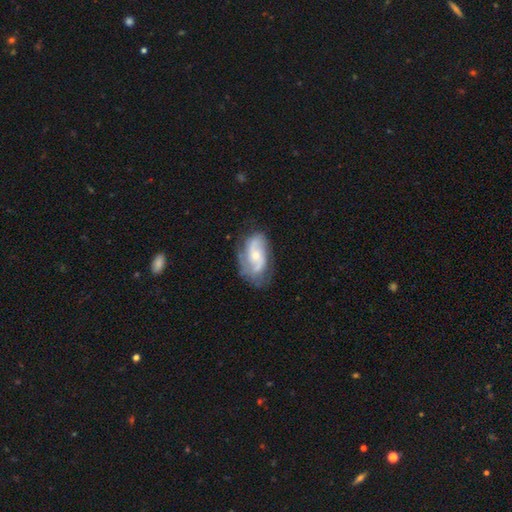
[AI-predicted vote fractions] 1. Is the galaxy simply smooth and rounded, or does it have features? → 76% featured or disk, 18% smooth, 6% star or artifact.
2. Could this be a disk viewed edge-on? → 96% no, 4% yes.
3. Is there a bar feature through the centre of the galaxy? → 60% no, 33% weak, 7% strong.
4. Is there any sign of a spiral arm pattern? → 91% yes, 9% no.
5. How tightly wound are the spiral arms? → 46% medium, 29% loose, 26% tight.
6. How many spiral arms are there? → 68% 2, 16% can't tell, 8% 3, 4% 1, 2% 4, 2% more than 4.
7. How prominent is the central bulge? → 47% small (tied), 47% moderate (tied), 3% large, 3% none, 1% dominant.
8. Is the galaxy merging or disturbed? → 63% none, 24% minor disturbance, 11% major disturbance, 2% merger.